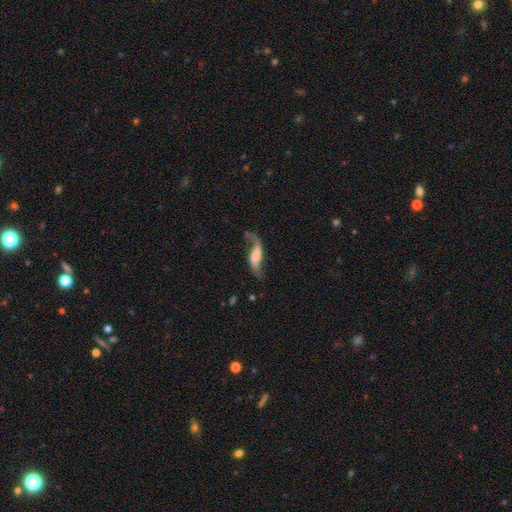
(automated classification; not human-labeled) Smooth or featured? Predicted: featured or disk (p=0.77). Edge-on disk? Predicted: no (p=0.87). Bar? Predicted: no (p=0.43). Spiral arms? Predicted: yes (p=0.92). Spiral winding? Predicted: loose (p=0.90). Spiral arm count? Predicted: 2 (p=0.86). Bulge size? Predicted: none (p=0.29). Merging? Predicted: none (p=0.60).